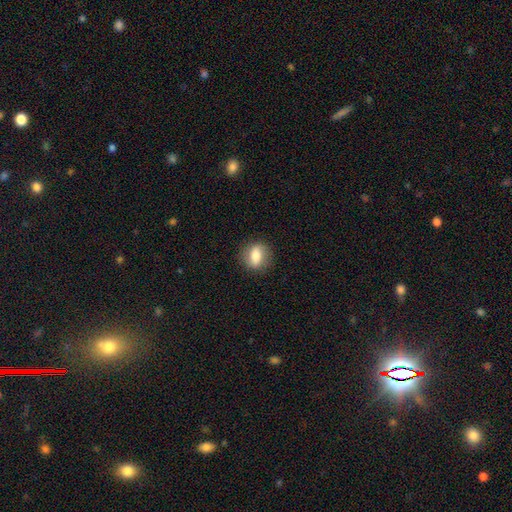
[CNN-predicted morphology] This appears to be a smooth galaxy with no disk features (70%) that is in between round and cigar-shaped (53%). Merging: none (84%).